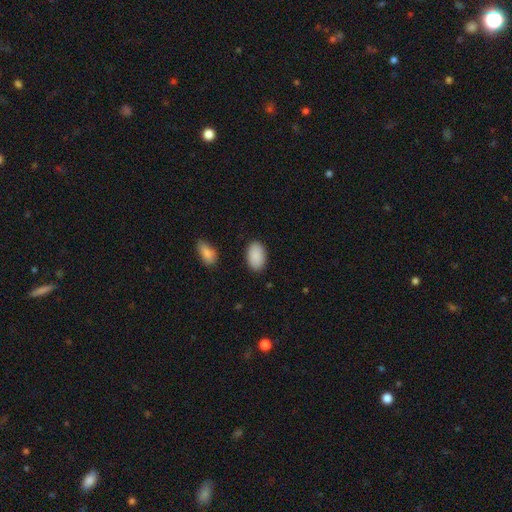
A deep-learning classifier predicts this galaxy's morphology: type=smooth (91%); roundness=in between (94%); merging=none (88%).